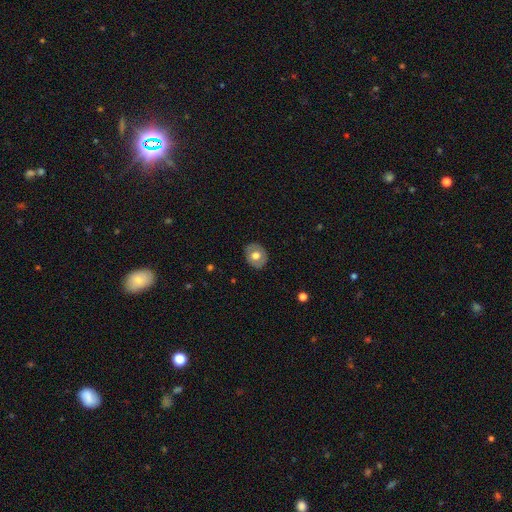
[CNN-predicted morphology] The model was most divided on "how rounded": round: 59%, in between: 40%, cigar-shaped: 1%. More confident: merging — none (86%); smooth or featured — smooth (61%).